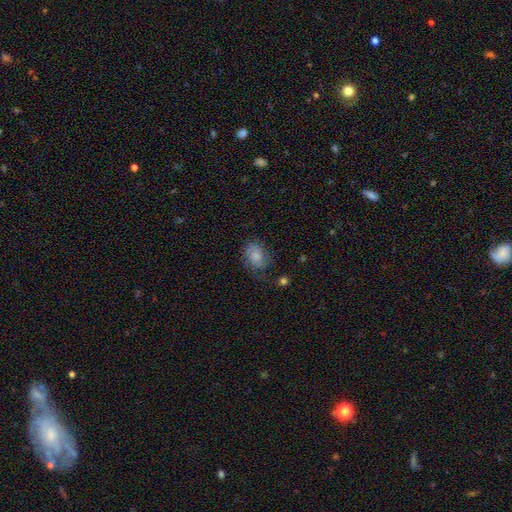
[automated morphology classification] A smooth galaxy with no disk features (64%) that is in between round and cigar-shaped (68%).

Vote fractions:
- Smooth or featured? smooth: 64% / featured or disk: 27% / star or artifact: 9%
- How rounded? in between: 68% / round: 31% / cigar-shaped: 1%
- Merging? none: 60% / minor disturbance: 26% / major disturbance: 12% / merger: 2%